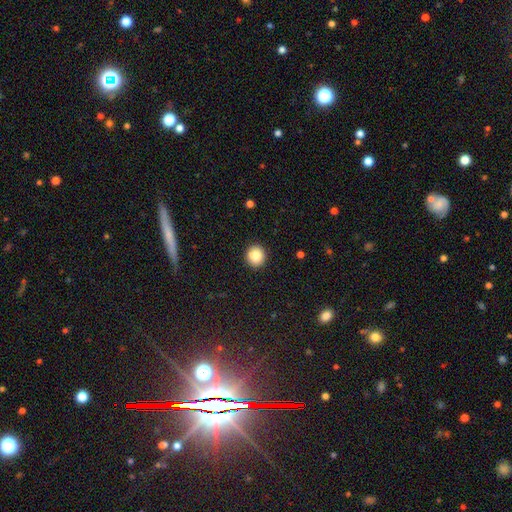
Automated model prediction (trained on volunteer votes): Smooth or featured? Predicted: smooth (p=0.83). How rounded? Predicted: round (p=0.88). Merging? Predicted: none (p=0.91).